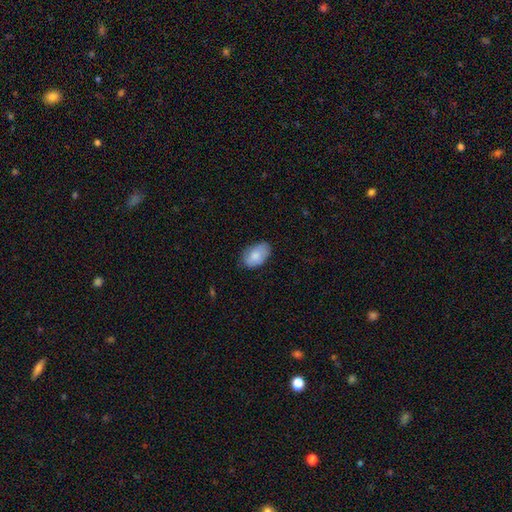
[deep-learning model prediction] Smooth or featured? Predicted: smooth (p=0.80). How rounded? Predicted: in between (p=0.92). Merging? Predicted: none (p=0.73).